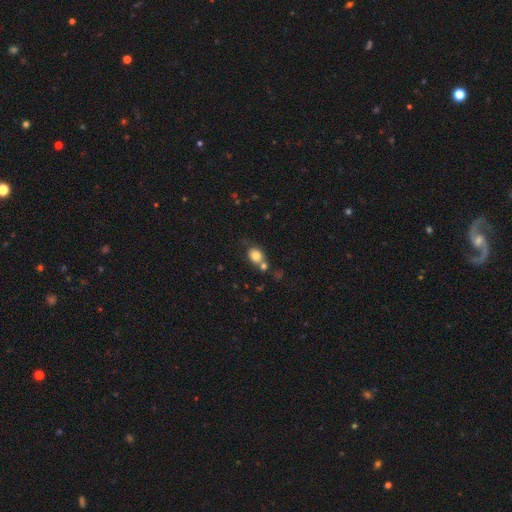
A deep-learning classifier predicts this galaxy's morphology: Q: Smooth or featured?
A: smooth (80%); runner-up: star or artifact (10%)
Q: How rounded?
A: round (59%); runner-up: in between (40%)
Q: Merging?
A: none (45%); runner-up: merger (36%)